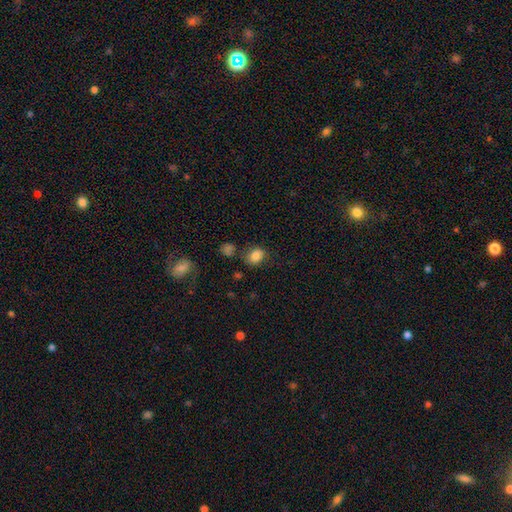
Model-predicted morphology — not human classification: This is clearly a smooth galaxy (83%). How rounded: possibly in between (59%). Merging: likely none (70%).